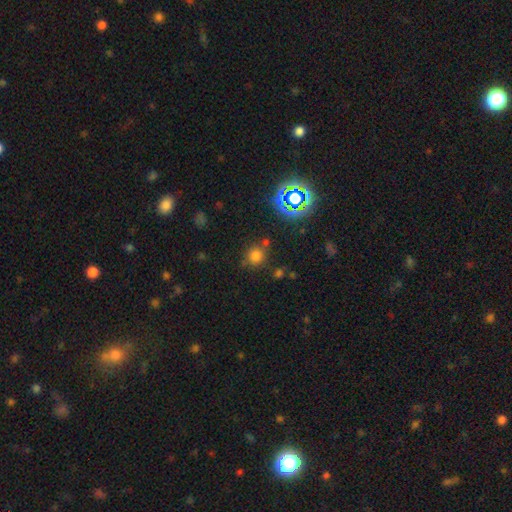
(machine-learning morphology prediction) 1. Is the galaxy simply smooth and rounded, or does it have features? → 71% smooth, 22% star or artifact, 7% featured or disk.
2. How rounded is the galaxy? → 88% round, 10% in between, 1% cigar-shaped.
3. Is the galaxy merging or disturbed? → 75% none, 12% minor disturbance, 9% merger, 4% major disturbance.